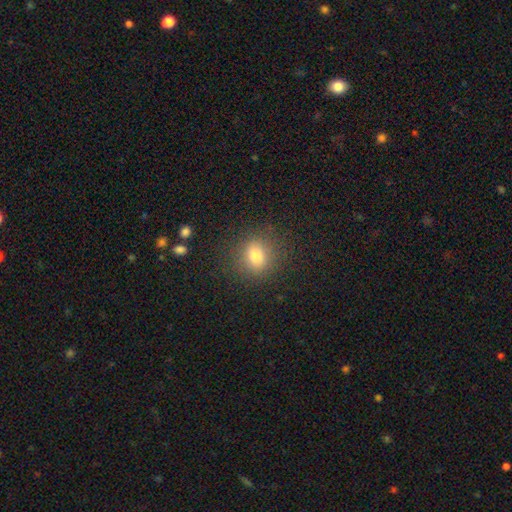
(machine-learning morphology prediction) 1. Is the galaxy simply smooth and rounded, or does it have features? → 78% smooth, 13% star or artifact, 9% featured or disk.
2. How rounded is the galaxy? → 74% round, 25% in between, 1% cigar-shaped.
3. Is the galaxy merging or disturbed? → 84% none, 10% minor disturbance, 4% major disturbance, 1% merger.